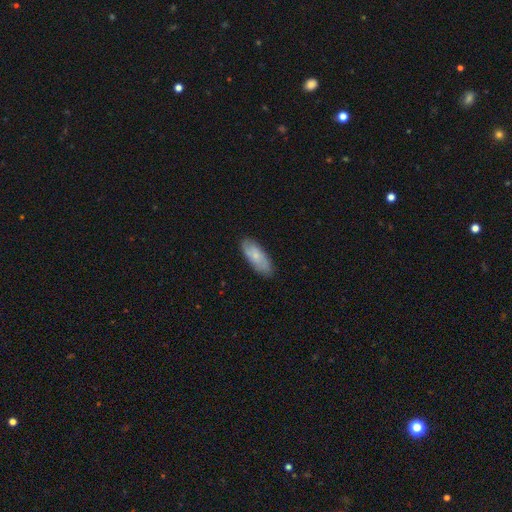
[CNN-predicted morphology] A smooth galaxy with no disk features (60%) that is in between round and cigar-shaped (76%).

Vote fractions:
- Smooth or featured? smooth: 60% / featured or disk: 34% / star or artifact: 6%
- How rounded? in between: 76% / cigar-shaped: 22% / round: 2%
- Merging? none: 82% / minor disturbance: 14% / major disturbance: 3% / merger: 1%